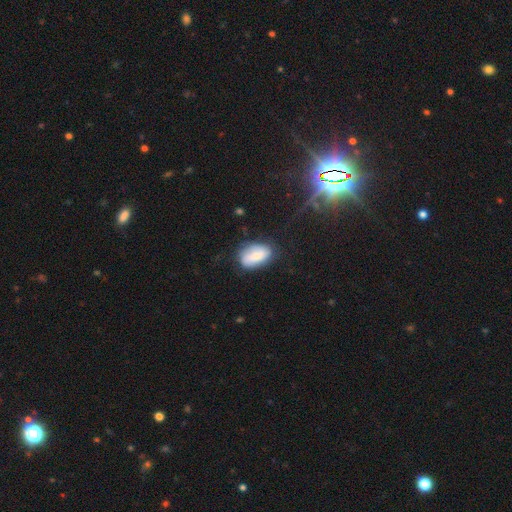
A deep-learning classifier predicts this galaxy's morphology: smooth 62%, featured or disk 30%, star or artifact 8%. Down the decision tree: how rounded — in between (90%); merging — none (65%).